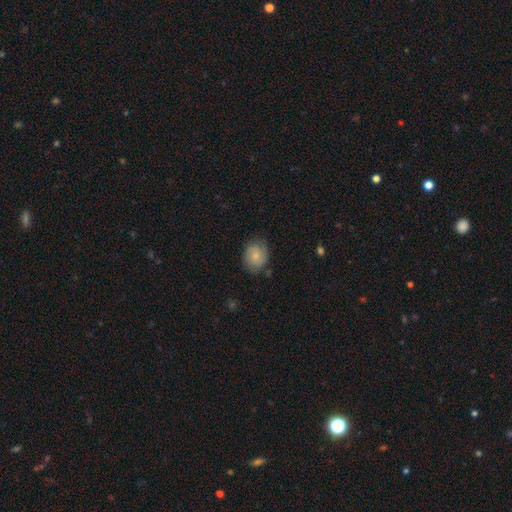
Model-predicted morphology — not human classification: Q: Smooth or featured?
A: smooth (75%); runner-up: featured or disk (18%)
Q: How rounded?
A: round (54%); runner-up: in between (45%)
Q: Merging?
A: none (75%); runner-up: minor disturbance (19%)